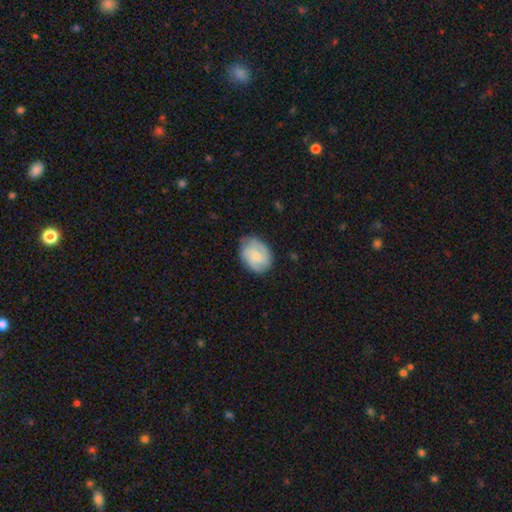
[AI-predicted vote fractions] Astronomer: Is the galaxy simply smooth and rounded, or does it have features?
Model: smooth — 48% (runner-up: featured or disk, 45%).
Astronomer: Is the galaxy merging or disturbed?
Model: none — 73%.